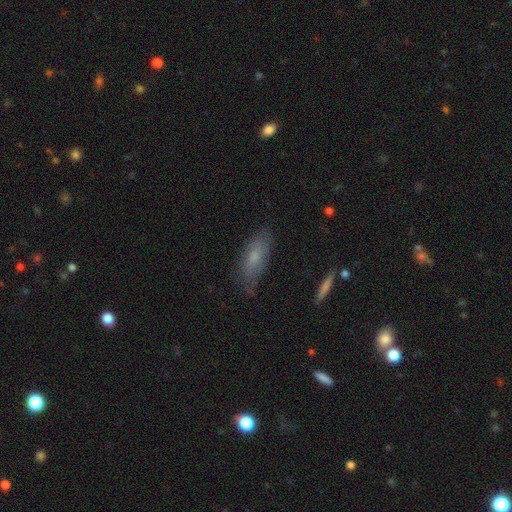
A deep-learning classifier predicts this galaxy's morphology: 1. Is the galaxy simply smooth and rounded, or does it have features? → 62% smooth, 30% featured or disk, 8% star or artifact.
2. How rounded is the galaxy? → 66% in between, 32% cigar-shaped, 2% round.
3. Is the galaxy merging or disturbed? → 71% none, 22% minor disturbance, 5% major disturbance, 2% merger.